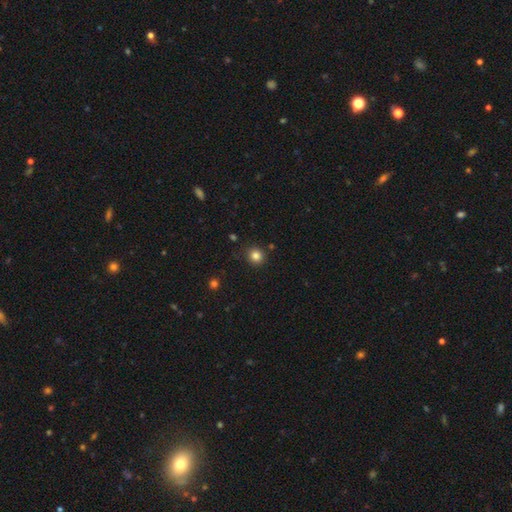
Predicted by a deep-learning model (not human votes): smooth_or_featured: smooth (p=0.83) [alt: star or artifact p=0.13]
how_rounded: round (p=0.91) [alt: in between p=0.08]
merging: none (p=0.88) [alt: minor disturbance p=0.08]